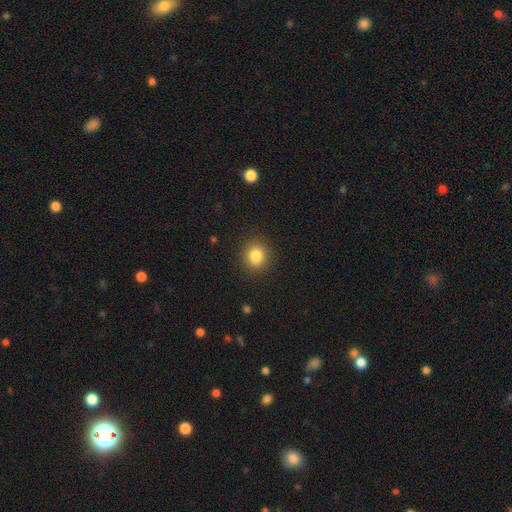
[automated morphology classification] A smooth galaxy with no disk features (83%) that is round (79%).

Vote fractions:
- Smooth or featured? smooth: 83% / star or artifact: 11% / featured or disk: 6%
- How rounded? round: 79% / in between: 20% / cigar-shaped: 1%
- Merging? none: 89% / minor disturbance: 7% / major disturbance: 3% / merger: 1%